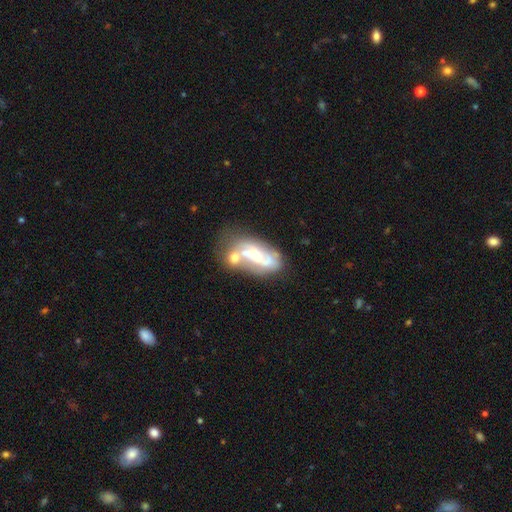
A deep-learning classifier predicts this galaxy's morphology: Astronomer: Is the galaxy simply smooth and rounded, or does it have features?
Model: featured or disk — 69%.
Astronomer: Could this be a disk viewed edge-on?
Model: no — 94%.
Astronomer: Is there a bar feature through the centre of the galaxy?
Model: no — 56%.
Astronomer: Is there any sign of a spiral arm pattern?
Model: yes — 66%.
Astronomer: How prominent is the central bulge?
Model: small — 42% (runner-up: moderate, 35%).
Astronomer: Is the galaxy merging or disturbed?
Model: none — 35% (runner-up: merger, 33%).